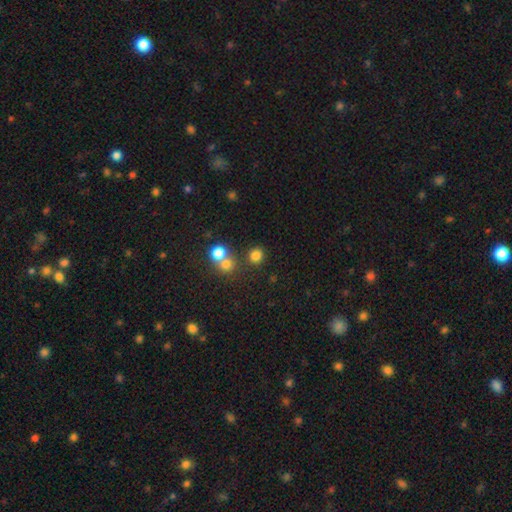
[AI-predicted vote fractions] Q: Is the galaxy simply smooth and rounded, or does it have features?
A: smooth — 79%.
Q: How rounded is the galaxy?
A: round — 85%.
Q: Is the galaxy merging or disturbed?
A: none — 75%.